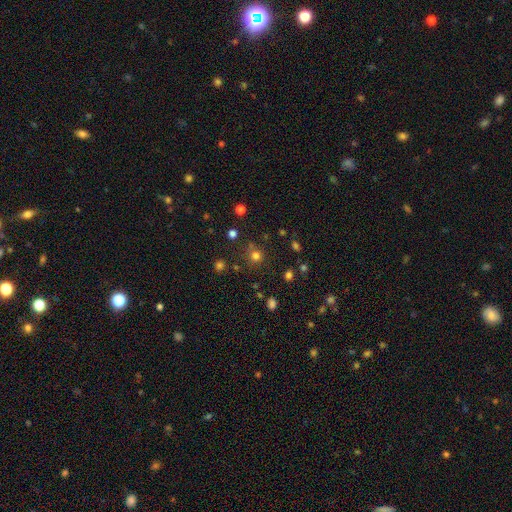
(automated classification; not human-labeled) Smooth or featured?
  - smooth: 72% *
  - star or artifact: 22%
  - featured or disk: 7%
How rounded?
  - round: 91% *
  - in between: 8%
  - cigar-shaped: 1%
Merging?
  - none: 76% *
  - minor disturbance: 11%
  - merger: 9%
  - major disturbance: 5%